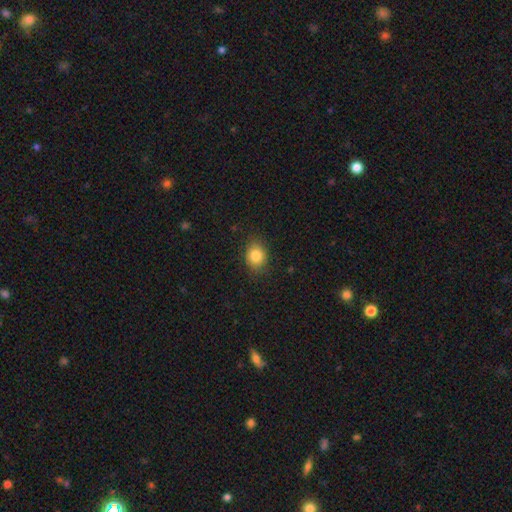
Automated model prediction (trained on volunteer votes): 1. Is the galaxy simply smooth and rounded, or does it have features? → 84% smooth, 10% star or artifact, 6% featured or disk.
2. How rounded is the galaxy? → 53% round, 46% in between, 1% cigar-shaped.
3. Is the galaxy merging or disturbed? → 83% none, 13% minor disturbance, 3% major disturbance, 1% merger.